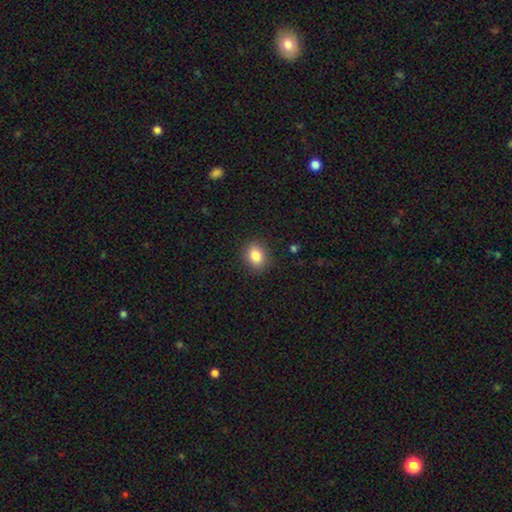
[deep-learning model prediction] Overall: smooth (84%). How rounded: in between (51%; round 48%). Merging: none (88%).